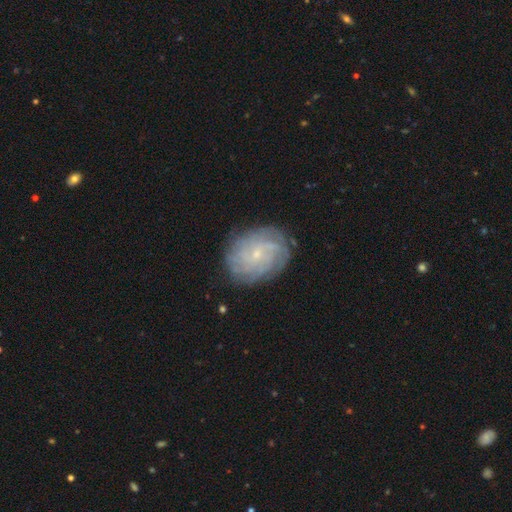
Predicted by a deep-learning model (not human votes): Smooth or featured? featured or disk (68%)
Edge-on disk? no (97%)
Bar? no (66%)
Spiral arms? yes (93%)
Spiral winding? tight (74%)
Spiral arm count? can't tell (40%)
Bulge size? small (80%)
Merging? none (84%)